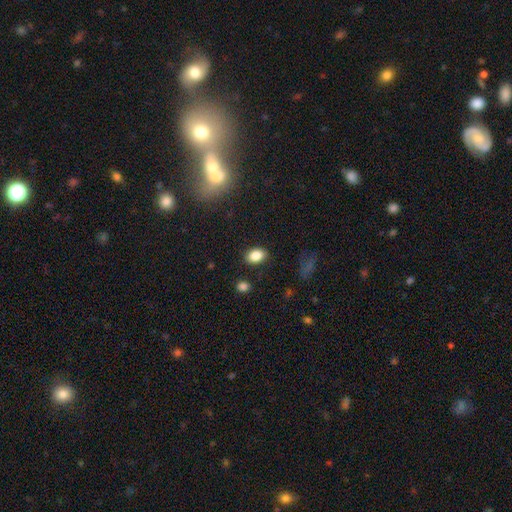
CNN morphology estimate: The model was most divided on "how rounded": in between: 83%, round: 16%, cigar-shaped: 1%. More confident: smooth or featured — smooth (86%); merging — none (86%).